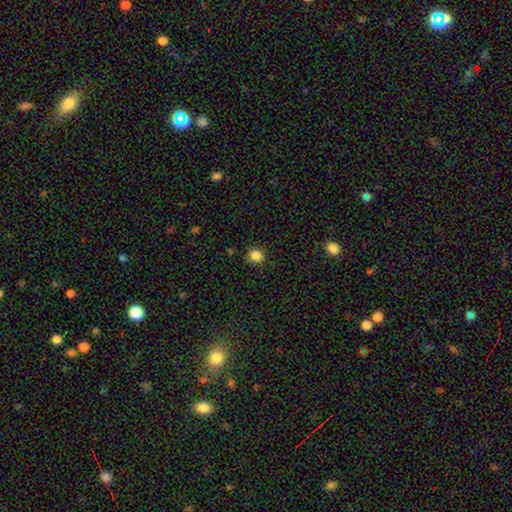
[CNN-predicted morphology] smooth 85%, star or artifact 12%, featured or disk 3%. Down the decision tree: how rounded — round (86%); merging — none (90%).